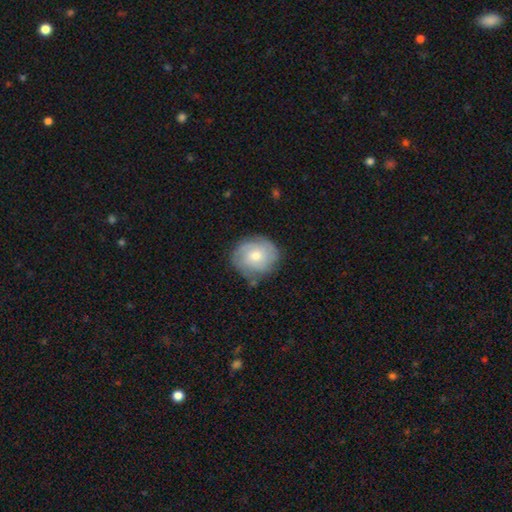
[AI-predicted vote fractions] Morphology: type=featured or disk (53%); edge-on=no (97%); bar=no (79%); spiral arms=yes (81%); bulge=moderate (62%); merging=none (74%).